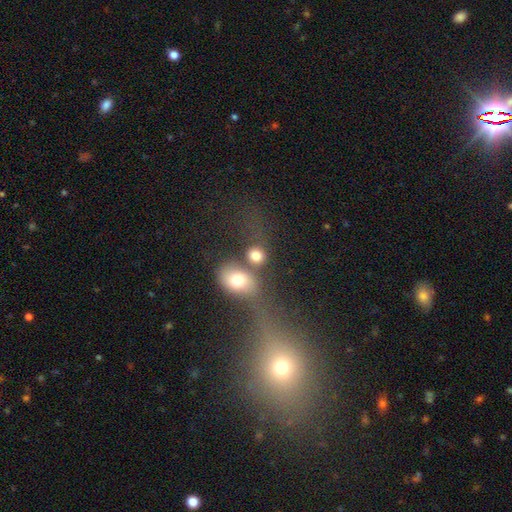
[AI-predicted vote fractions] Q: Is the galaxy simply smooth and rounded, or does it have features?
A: smooth — 76%.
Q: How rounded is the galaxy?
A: round — 64%.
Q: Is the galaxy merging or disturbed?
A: merger — 43%.